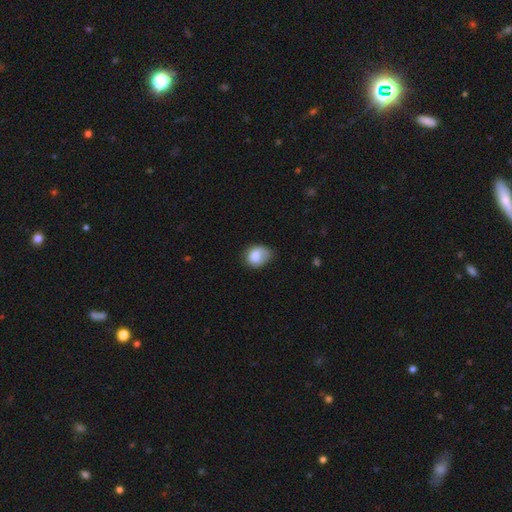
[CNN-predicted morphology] type=smooth (80%); roundness=in between (50%); merging=none (52%).